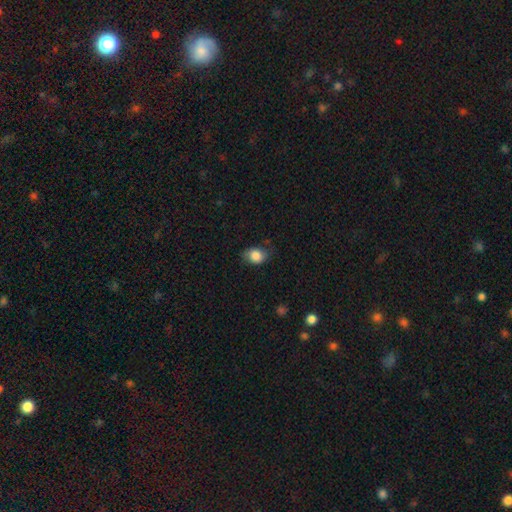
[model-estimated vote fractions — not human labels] smooth 84%, featured or disk 8%, star or artifact 8%. Down the decision tree: how rounded — in between (60%); merging — none (69%).